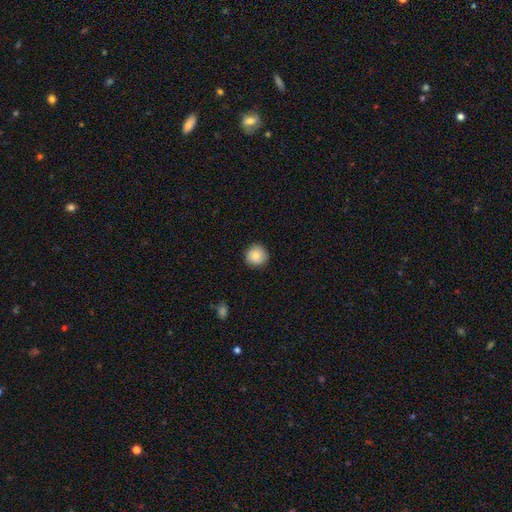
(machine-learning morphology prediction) The model was most divided on "smooth or featured": smooth: 85%, star or artifact: 8%, featured or disk: 7%. More confident: how rounded — round (94%); merging — none (89%).